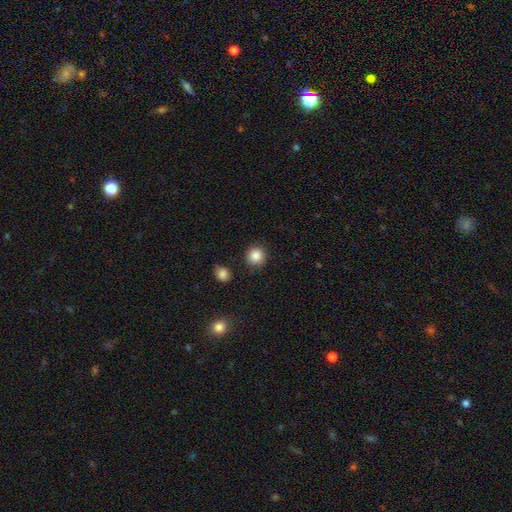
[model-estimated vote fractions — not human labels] smooth-or-featured: smooth: 87% | star or artifact: 10% | featured or disk: 4%
  how-rounded: round: 93% | in between: 6% | cigar-shaped: 1%
  merging: none: 87% | minor disturbance: 8% | major disturbance: 3% | merger: 2%